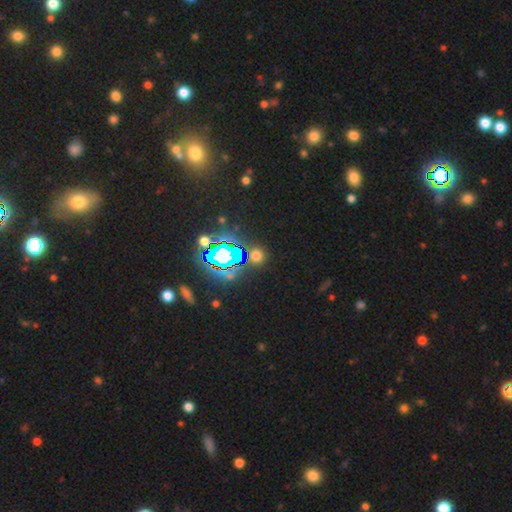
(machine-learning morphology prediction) Smooth or featured? Predicted: star or artifact (p=0.50).